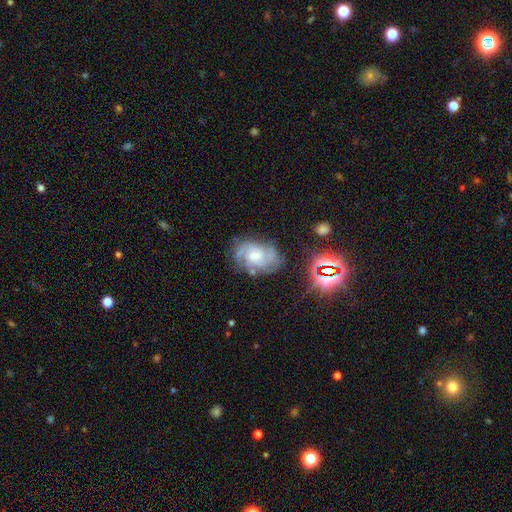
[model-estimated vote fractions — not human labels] Smooth or featured?
  - featured or disk: 81% *
  - smooth: 11%
  - star or artifact: 8%
Edge-on disk?
  - no: 98% *
  - yes: 2%
Bar?
  - no: 57% *
  - weak: 37%
  - strong: 6%
Spiral arms?
  - yes: 95% *
  - no: 5%
Spiral winding?
  - tight: 46% *
  - medium: 44%
  - loose: 10%
Spiral arm count?
  - 2: 32% *
  - 3: 29%
  - can't tell: 23%
  - 4: 7%
  - 1: 5%
  - more than 4: 4%
Bulge size?
  - moderate: 44% *
  - small: 37%
  - none: 9%
  - large: 8%
  - dominant: 2%
Merging?
  - none: 65% *
  - minor disturbance: 21%
  - major disturbance: 10%
  - merger: 3%